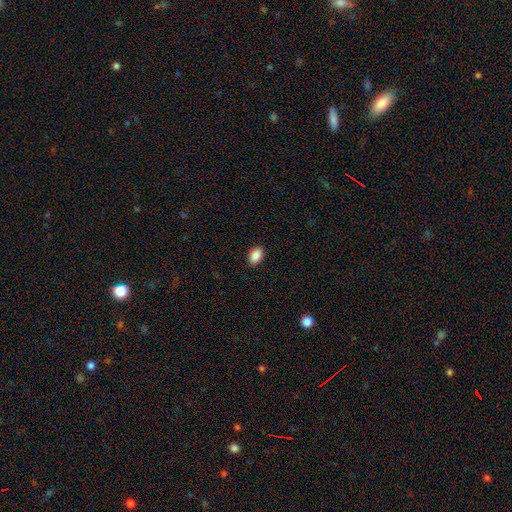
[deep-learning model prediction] Morphology: type=smooth (89%); roundness=in between (87%); merging=none (90%).